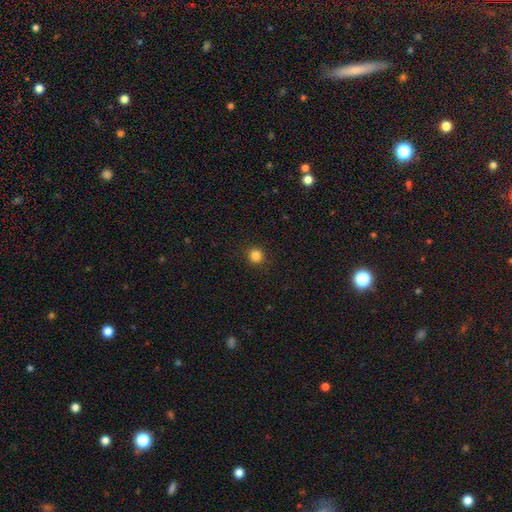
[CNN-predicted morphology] smooth-or-featured: smooth: 84% | star or artifact: 13% | featured or disk: 4%
  how-rounded: round: 92% | in between: 7% | cigar-shaped: 1%
  merging: none: 91% | minor disturbance: 6% | major disturbance: 2% | merger: 1%